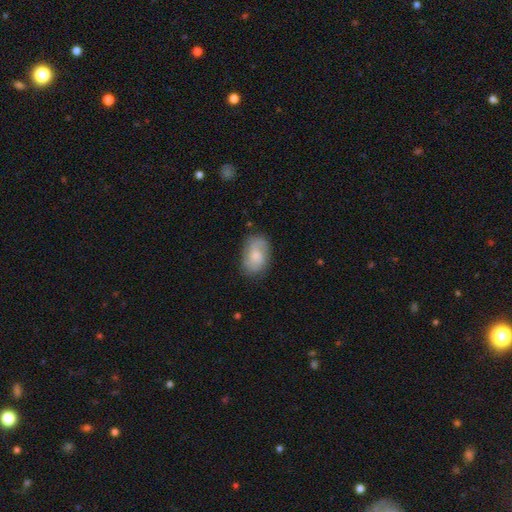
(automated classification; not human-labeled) Overall: smooth (47%; featured or disk 46%). Merging: none (72%).